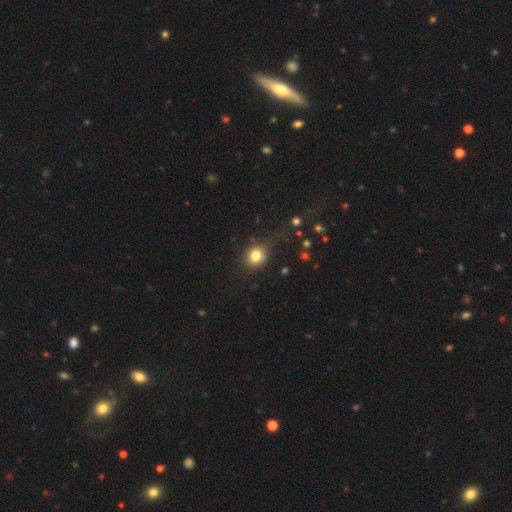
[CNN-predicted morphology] Smooth or featured? smooth (80%)
How rounded? round (80%)
Merging? none (74%)